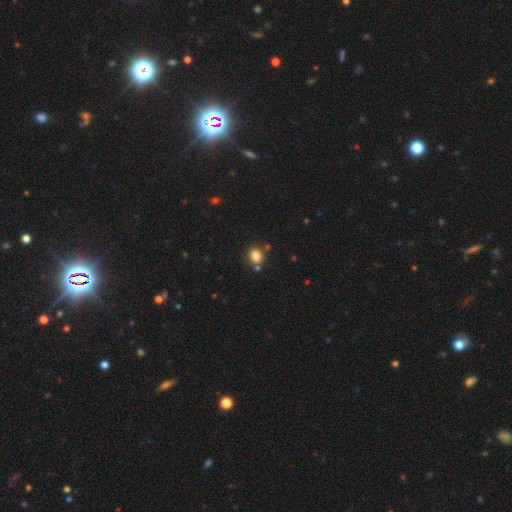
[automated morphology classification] Smooth or featured: smooth — 83% (star or artifact — 12%)
How rounded: round — 63% (in between — 36%)
Merging: none — 74% (minor disturbance — 12%)